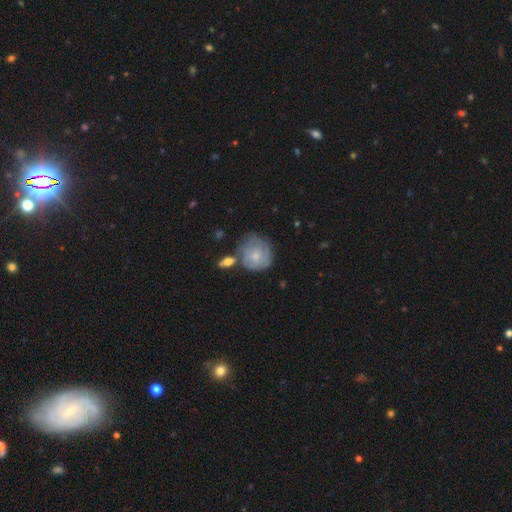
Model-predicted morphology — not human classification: Smooth or featured? smooth (53%)
How rounded? round (81%)
Merging? none (51%)